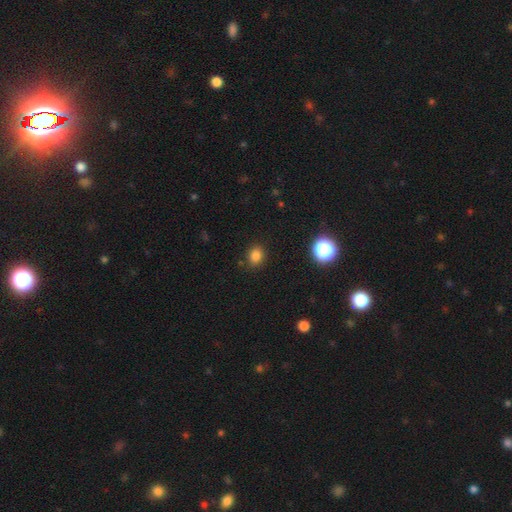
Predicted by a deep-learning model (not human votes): smooth-or-featured: smooth: 81% | star or artifact: 14% | featured or disk: 5%
  how-rounded: round: 57% | in between: 42% | cigar-shaped: 1%
  merging: none: 87% | minor disturbance: 9% | major disturbance: 3% | merger: 2%